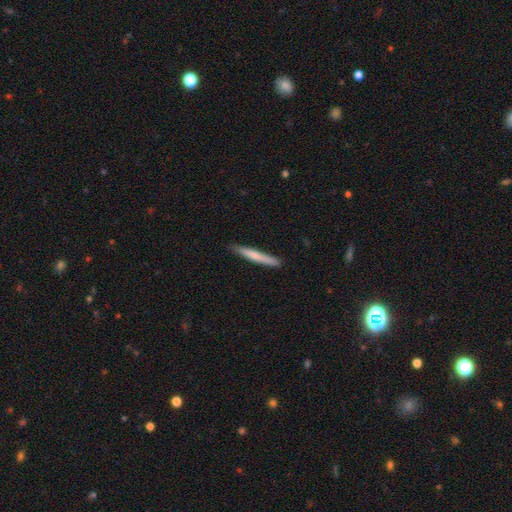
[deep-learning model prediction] Smooth or featured? Predicted: smooth (p=0.69). How rounded? Predicted: cigar-shaped (p=0.96). Merging? Predicted: none (p=0.86).